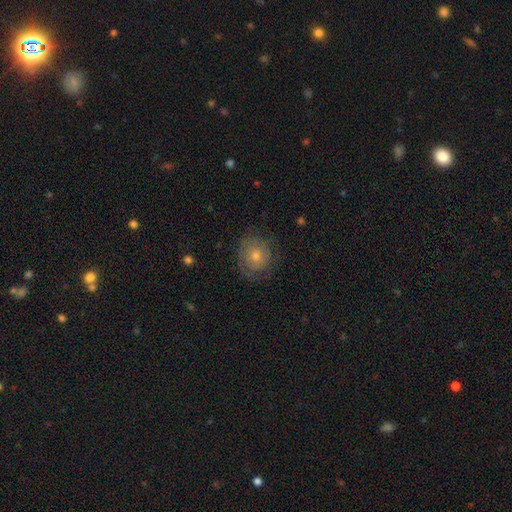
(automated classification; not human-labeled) smooth_or_featured: featured or disk (p=0.47) [alt: smooth p=0.41]
merging: none (p=0.78) [alt: minor disturbance p=0.14]